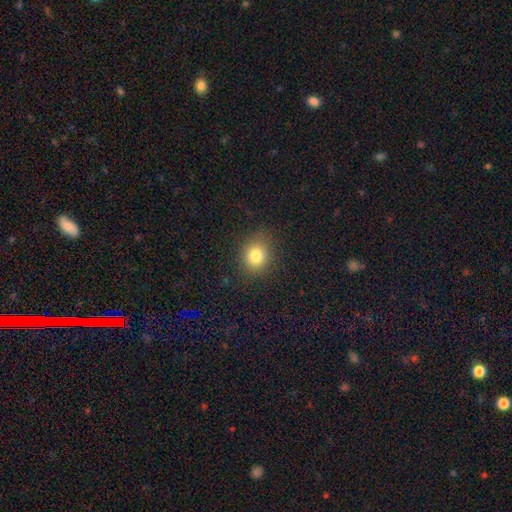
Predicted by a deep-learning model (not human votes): Smooth or featured?
  - smooth: 80% *
  - star or artifact: 12%
  - featured or disk: 7%
How rounded?
  - round: 72% *
  - in between: 27%
  - cigar-shaped: 1%
Merging?
  - none: 84% *
  - minor disturbance: 11%
  - major disturbance: 4%
  - merger: 1%